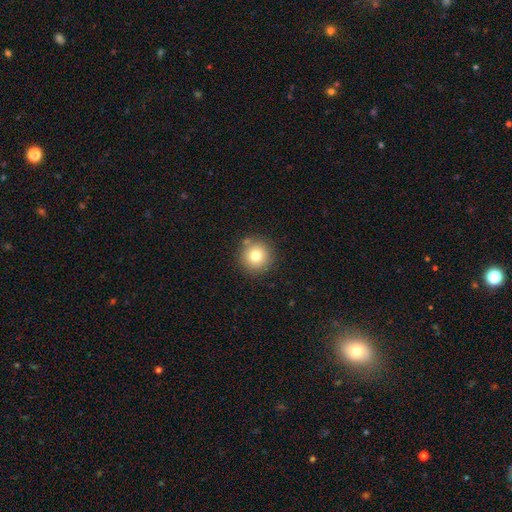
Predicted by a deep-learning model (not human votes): Smooth or featured? Predicted: smooth (p=0.77). How rounded? Predicted: round (p=0.95). Merging? Predicted: none (p=0.83).